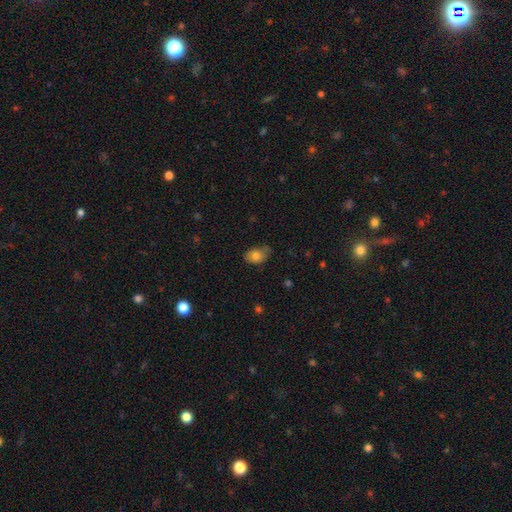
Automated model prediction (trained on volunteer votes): smooth-or-featured: smooth: 80% | featured or disk: 11% | star or artifact: 9%
  how-rounded: in between: 79% | round: 19% | cigar-shaped: 1%
  merging: none: 63% | minor disturbance: 29% | major disturbance: 6% | merger: 2%